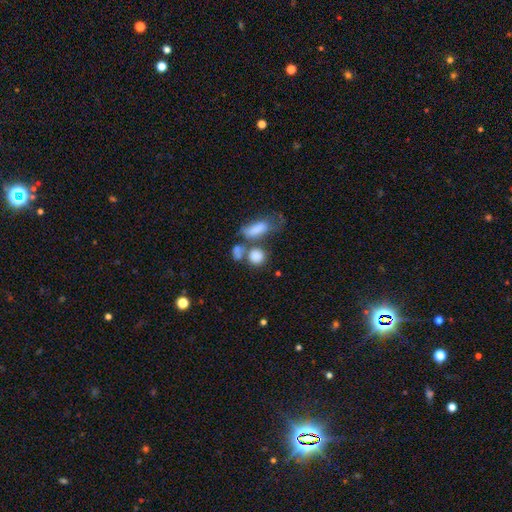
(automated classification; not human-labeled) This is clearly a smooth galaxy (80%). How rounded: possibly round (58%). Merging: marginally merger (40%).